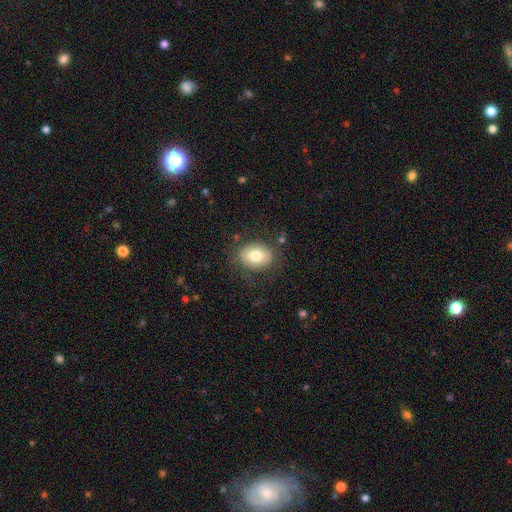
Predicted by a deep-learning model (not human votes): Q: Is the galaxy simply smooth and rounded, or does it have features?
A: smooth — 75%.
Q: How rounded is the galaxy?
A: in between — 65%.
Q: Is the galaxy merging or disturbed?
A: none — 79%.